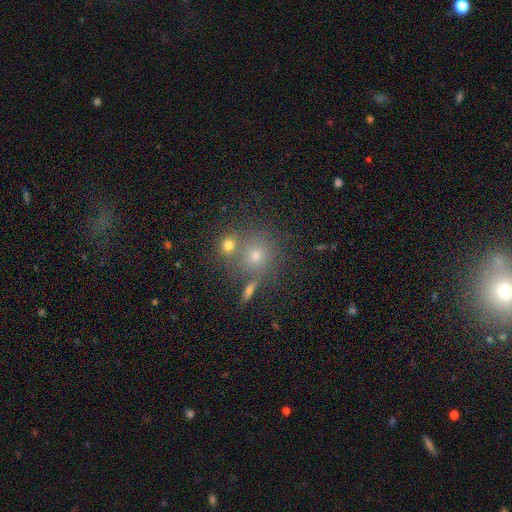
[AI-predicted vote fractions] smooth_or_featured: smooth (p=0.65) [alt: star or artifact p=0.21]
how_rounded: round (p=0.89) [alt: in between p=0.10]
merging: none (p=0.62) [alt: merger p=0.25]